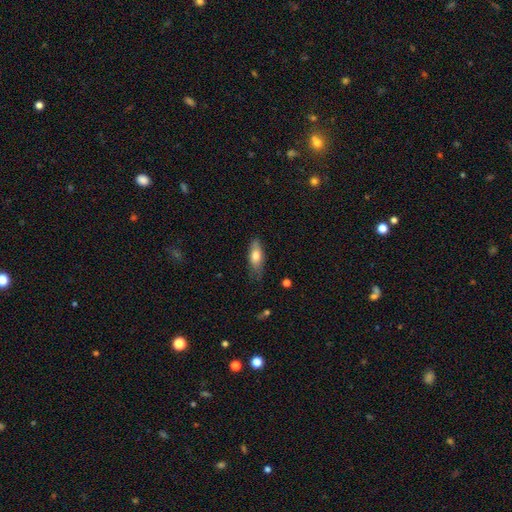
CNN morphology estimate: This appears to be a smooth galaxy with no disk features (72%) that is in between round and cigar-shaped (70%). Merging: none (64%).